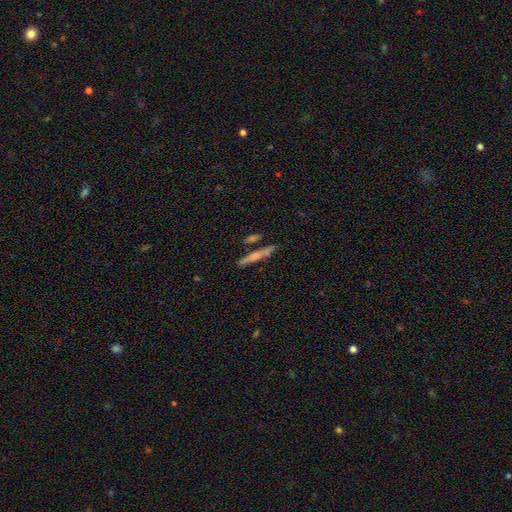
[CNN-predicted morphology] Smooth or featured?
  - smooth: 47% *
  - featured or disk: 45%
  - star or artifact: 7%
Merging?
  - none: 79% *
  - minor disturbance: 10%
  - merger: 8%
  - major disturbance: 3%